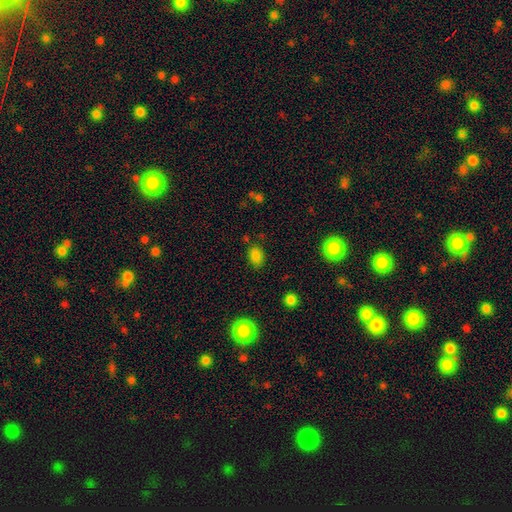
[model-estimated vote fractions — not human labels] smooth_or_featured: smooth (p=0.81) [alt: star or artifact p=0.15]
how_rounded: in between (p=0.75) [alt: round p=0.24]
merging: none (p=0.78) [alt: minor disturbance p=0.15]